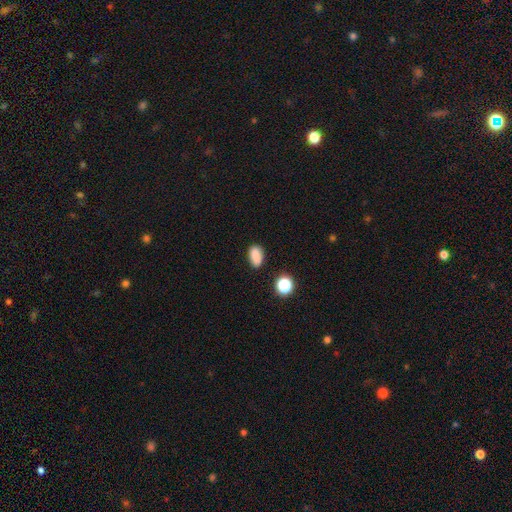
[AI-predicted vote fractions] The model was most divided on "merging": none: 82%, minor disturbance: 13%, major disturbance: 3%, merger: 3%. More confident: how rounded — in between (88%); smooth or featured — smooth (84%).